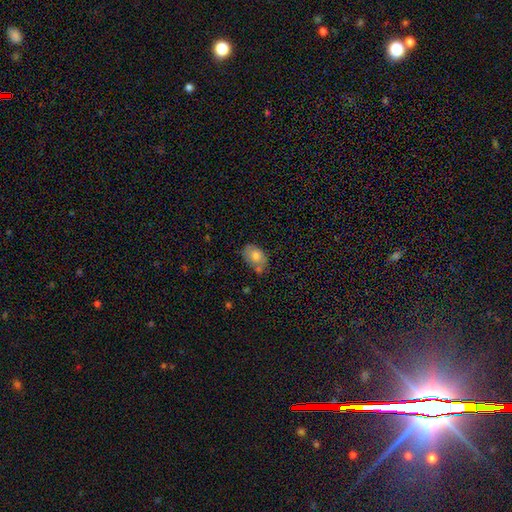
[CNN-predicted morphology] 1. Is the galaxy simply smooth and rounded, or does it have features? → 73% smooth, 19% featured or disk, 8% star or artifact.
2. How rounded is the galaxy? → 82% in between, 17% round, 1% cigar-shaped.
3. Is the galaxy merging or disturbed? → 56% none, 26% minor disturbance, 12% merger, 6% major disturbance.